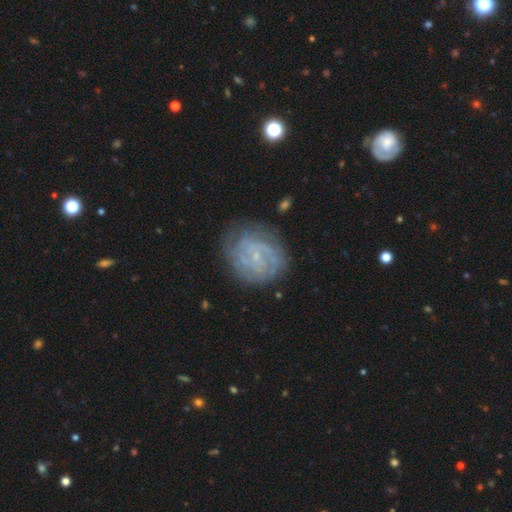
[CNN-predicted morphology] Q: Smooth or featured?
A: featured or disk (79%); runner-up: smooth (14%)
Q: Edge-on disk?
A: no (98%); runner-up: yes (2%)
Q: Bar?
A: no (48%); runner-up: weak (43%)
Q: Spiral arms?
A: yes (91%); runner-up: no (9%)
Q: Spiral winding?
A: tight (64%); runner-up: medium (28%)
Q: Spiral arm count?
A: can't tell (38%); runner-up: 2 (28%)
Q: Bulge size?
A: small (81%); runner-up: moderate (9%)
Q: Merging?
A: none (73%); runner-up: minor disturbance (18%)